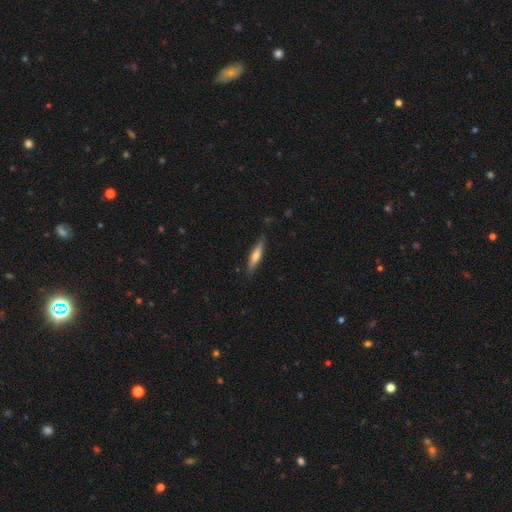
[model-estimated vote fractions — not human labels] This appears to be a smooth galaxy with no disk features (58%) that is cigar-shaped (82%). Merging: none (85%).